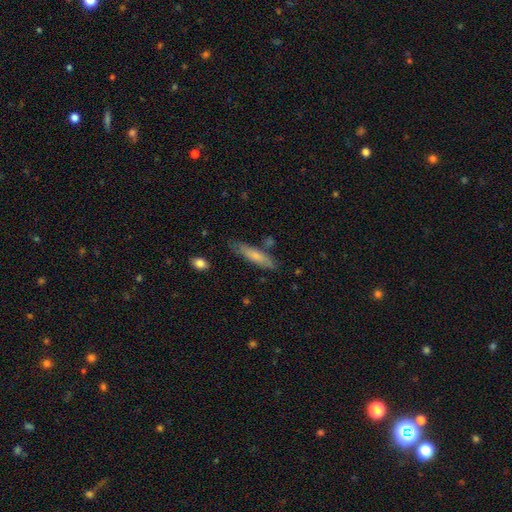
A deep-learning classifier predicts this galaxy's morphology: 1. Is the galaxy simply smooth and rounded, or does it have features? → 68% smooth, 26% featured or disk, 6% star or artifact.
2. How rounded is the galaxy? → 77% cigar-shaped, 21% in between, 2% round.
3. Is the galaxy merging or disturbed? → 76% none, 17% minor disturbance, 4% merger, 3% major disturbance.